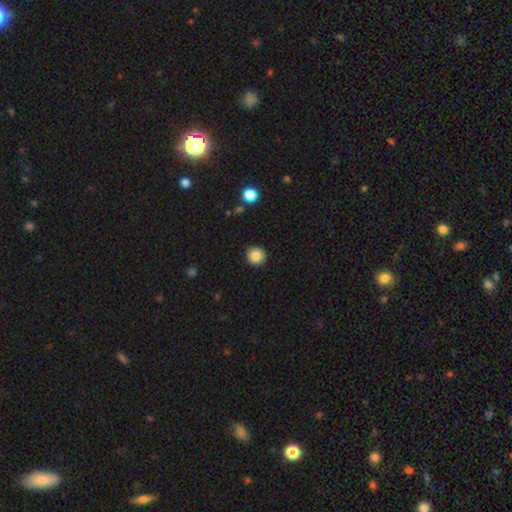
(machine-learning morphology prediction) Q: Smooth or featured?
A: smooth (85%); runner-up: star or artifact (10%)
Q: How rounded?
A: round (94%); runner-up: in between (5%)
Q: Merging?
A: none (92%); runner-up: minor disturbance (5%)